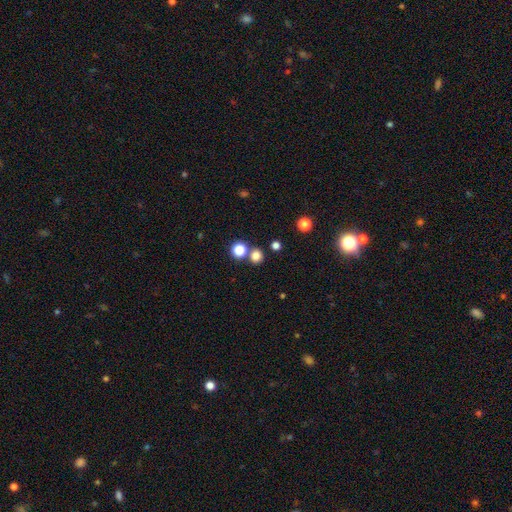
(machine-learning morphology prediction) smooth_or_featured: smooth (p=0.78) [alt: star or artifact p=0.17]
how_rounded: round (p=0.83) [alt: in between p=0.16]
merging: none (p=0.70) [alt: merger p=0.20]